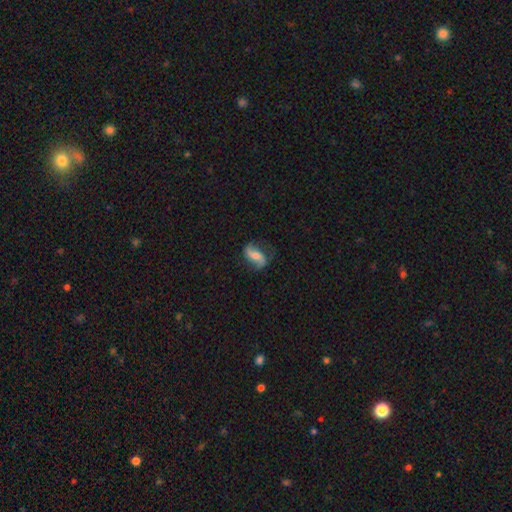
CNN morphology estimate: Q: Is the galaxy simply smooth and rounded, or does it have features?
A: featured or disk — 75%.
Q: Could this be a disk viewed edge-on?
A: no — 96%.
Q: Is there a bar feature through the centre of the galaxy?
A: no — 42%.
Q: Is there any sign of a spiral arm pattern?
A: yes — 94%.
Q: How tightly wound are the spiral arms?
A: loose — 66%.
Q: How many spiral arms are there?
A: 2 — 91%.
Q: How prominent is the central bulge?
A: moderate — 54%.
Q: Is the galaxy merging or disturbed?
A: none — 73%.